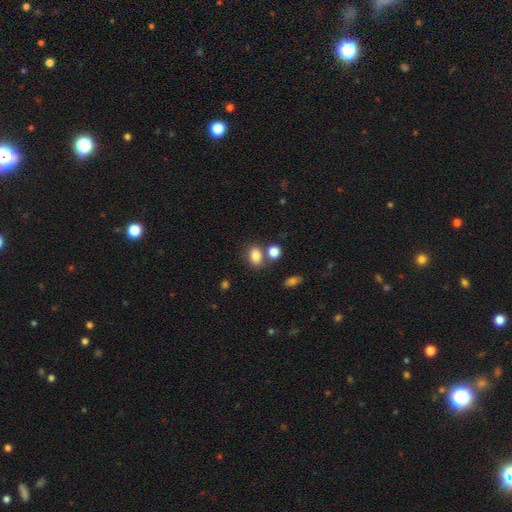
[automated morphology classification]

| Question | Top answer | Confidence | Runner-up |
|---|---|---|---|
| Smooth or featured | smooth | 83% | star or artifact (10%) |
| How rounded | in between | 69% | round (30%) |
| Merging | none | 60% | merger (23%) |